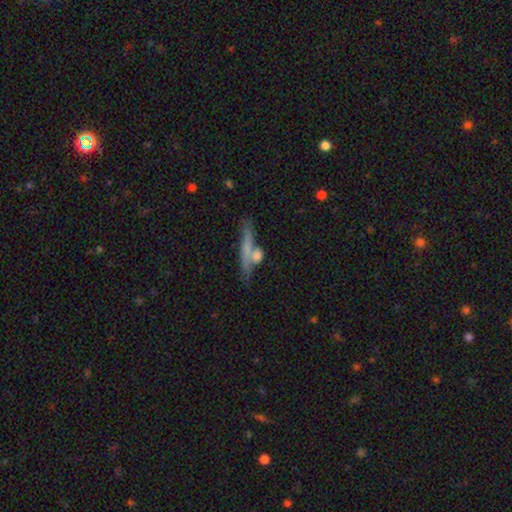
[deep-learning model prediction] Smooth or featured: smooth — 61% (featured or disk — 29%)
How rounded: cigar-shaped — 57% (in between — 25%)
Merging: none — 43% (merger — 35%)